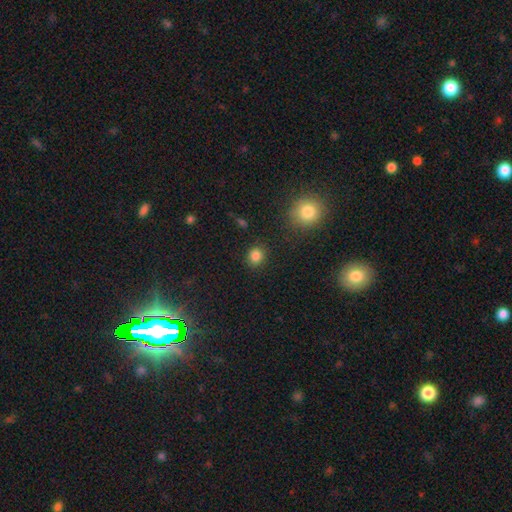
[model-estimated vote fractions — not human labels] A smooth galaxy with no disk features (84%) that is round (78%). Merging: none (88%).